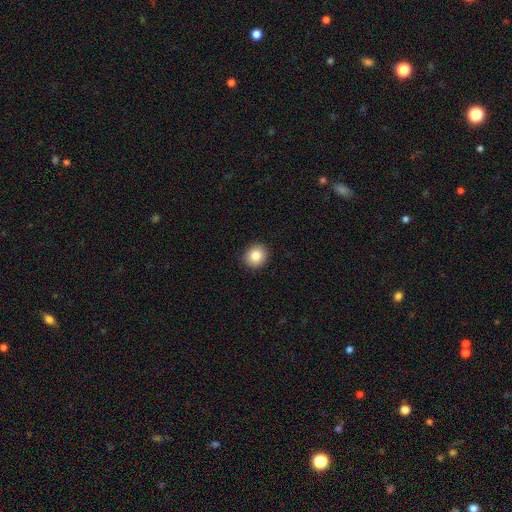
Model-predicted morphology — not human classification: A smooth galaxy with no disk features (84%) that is round (87%). Merging: none (91%).